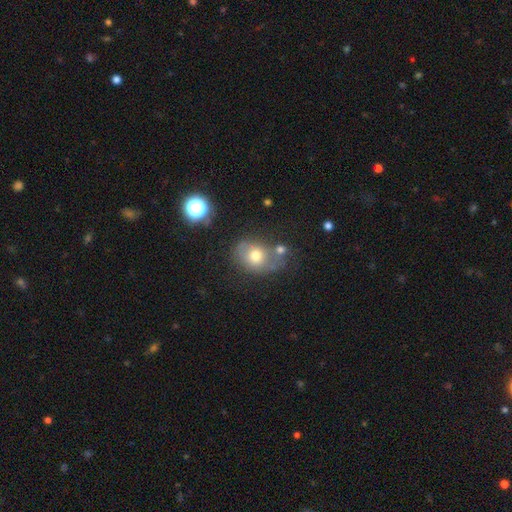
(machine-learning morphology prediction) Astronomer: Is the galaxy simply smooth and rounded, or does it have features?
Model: smooth — 66%.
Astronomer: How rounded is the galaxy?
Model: in between — 51% (runner-up: round, 48%).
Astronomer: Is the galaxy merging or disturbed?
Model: none — 47%.